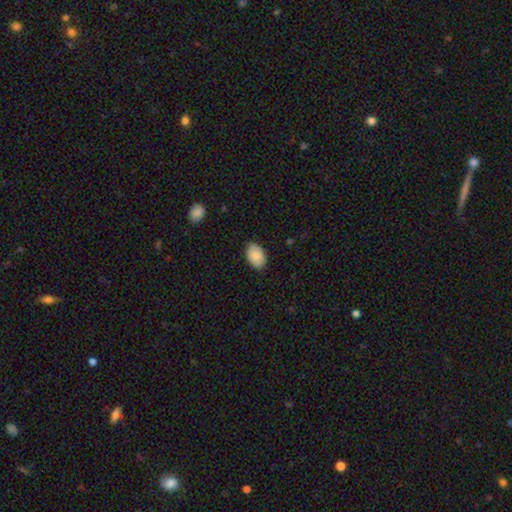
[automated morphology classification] A smooth galaxy with no disk features (88%) that is in between round and cigar-shaped (89%). Merging: none (84%).